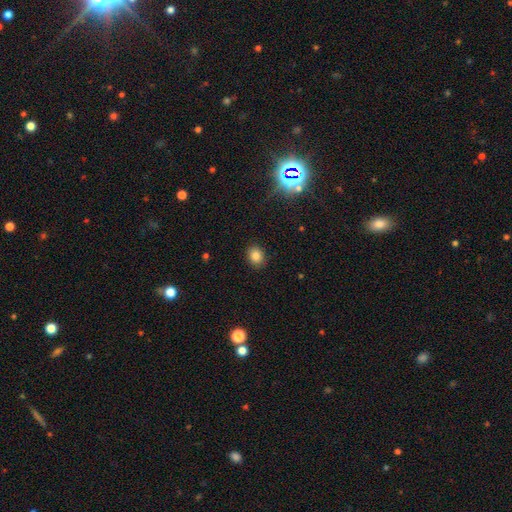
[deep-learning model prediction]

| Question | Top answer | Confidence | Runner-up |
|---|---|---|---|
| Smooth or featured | smooth | 82% | star or artifact (12%) |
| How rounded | round | 54% | in between (46%) |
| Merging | none | 89% | minor disturbance (8%) |